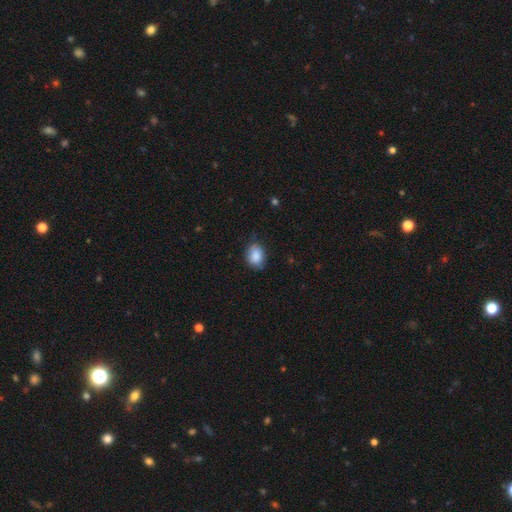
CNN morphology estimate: Q: Smooth or featured?
A: smooth (86%); runner-up: star or artifact (8%)
Q: How rounded?
A: in between (65%); runner-up: round (34%)
Q: Merging?
A: none (74%); runner-up: minor disturbance (21%)